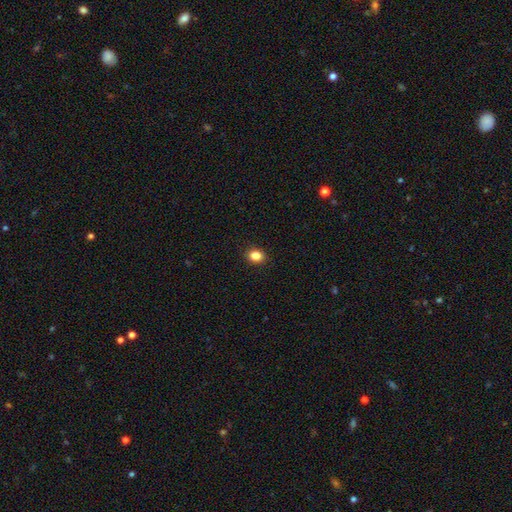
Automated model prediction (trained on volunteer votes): smooth-or-featured: smooth: 86% | star or artifact: 10% | featured or disk: 4%
  how-rounded: in between: 50% | round: 49% | cigar-shaped: 1%
  merging: none: 91% | minor disturbance: 6% | major disturbance: 2% | merger: 1%